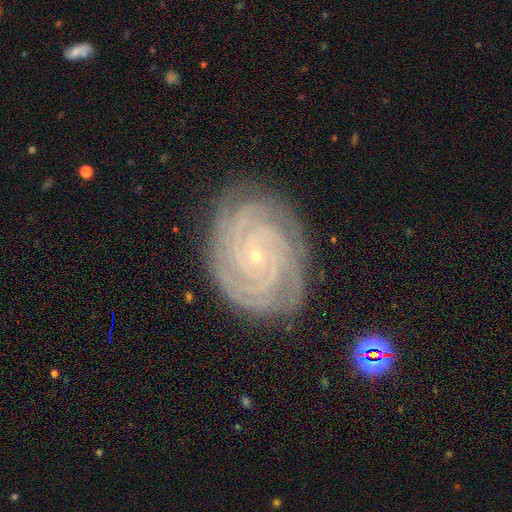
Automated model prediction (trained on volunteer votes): Smooth or featured?
  - featured or disk: 89% *
  - star or artifact: 6%
  - smooth: 4%
Edge-on disk?
  - no: 98% *
  - yes: 2%
Bar?
  - no: 76% *
  - weak: 16%
  - strong: 7%
Spiral arms?
  - yes: 99% *
  - no: 1%
Spiral winding?
  - tight: 86% *
  - medium: 12%
  - loose: 2%
Spiral arm count?
  - 4: 28% *
  - 3: 20%
  - more than 4: 16%
  - can't tell: 15%
  - 2: 13%
  - 1: 8%
Bulge size?
  - small: 89% *
  - moderate: 8%
  - none: 1%
  - large: 1%
  - dominant: 1%
Merging?
  - none: 82% *
  - minor disturbance: 13%
  - major disturbance: 3%
  - merger: 1%